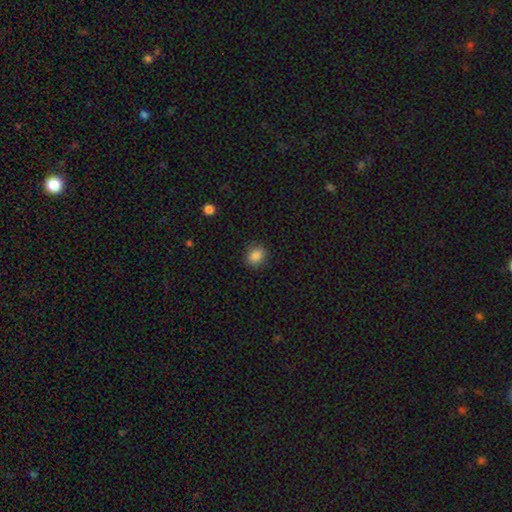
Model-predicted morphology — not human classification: Overall: smooth (86%). How rounded: round (61%; in between 38%). Merging: none (87%).